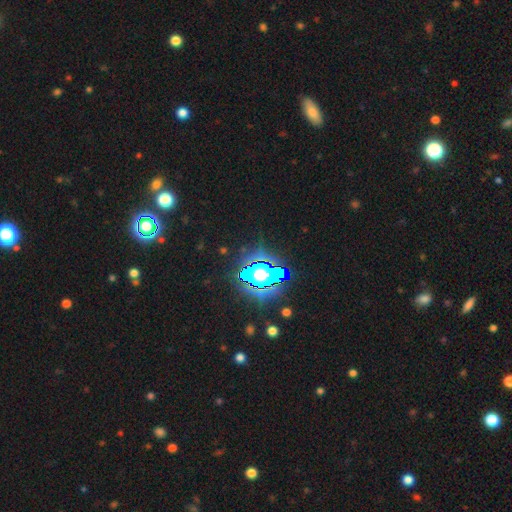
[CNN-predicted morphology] The model was most divided on "smooth or featured": star or artifact: 83%, smooth: 10%, featured or disk: 7%.